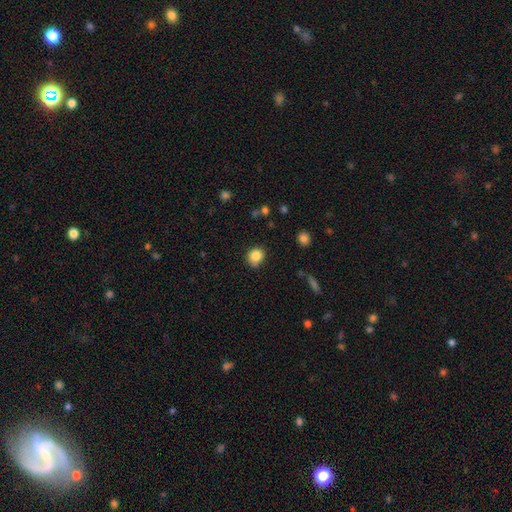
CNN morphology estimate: type=smooth (84%); roundness=round (72%); merging=none (77%).